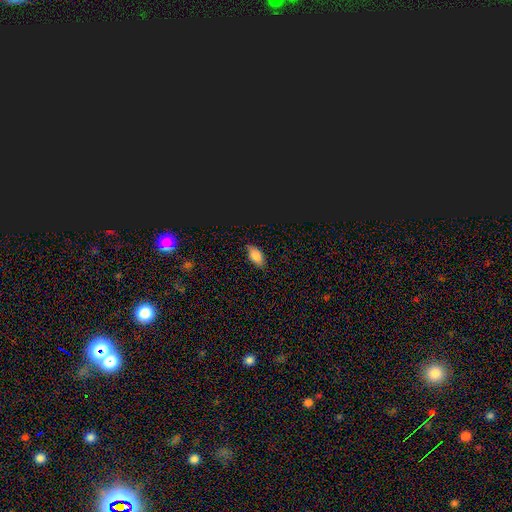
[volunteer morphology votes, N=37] This appears to be a smooth galaxy with no disk features (86%) that is in between round and cigar-shaped (91%). Merging: none (58%).